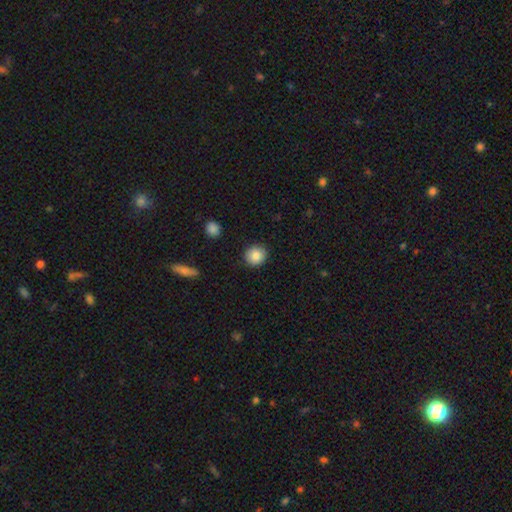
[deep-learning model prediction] A smooth galaxy with no disk features (84%) that is round (88%).

Vote fractions:
- Smooth or featured? smooth: 84% / star or artifact: 9% / featured or disk: 7%
- How rounded? round: 88% / in between: 11% / cigar-shaped: 1%
- Merging? none: 89% / minor disturbance: 8% / major disturbance: 2% / merger: 1%